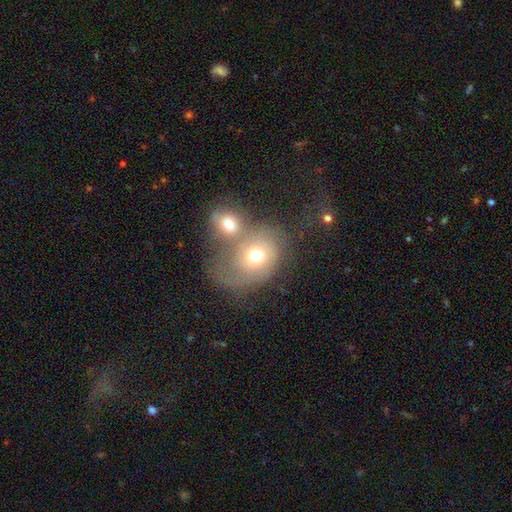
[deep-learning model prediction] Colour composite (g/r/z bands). It shows a smooth galaxy with no disk features (58%) that is round (51%). Merging: merger (62%).